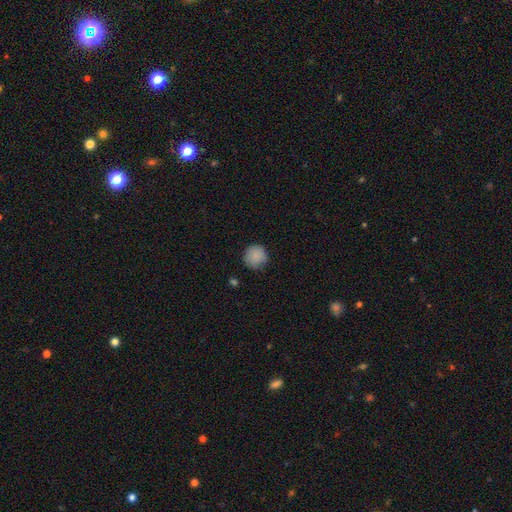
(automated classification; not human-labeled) smooth-or-featured: smooth: 88% | star or artifact: 8% | featured or disk: 4%
  how-rounded: round: 94% | in between: 5% | cigar-shaped: 1%
  merging: none: 83% | minor disturbance: 13% | major disturbance: 3% | merger: 1%